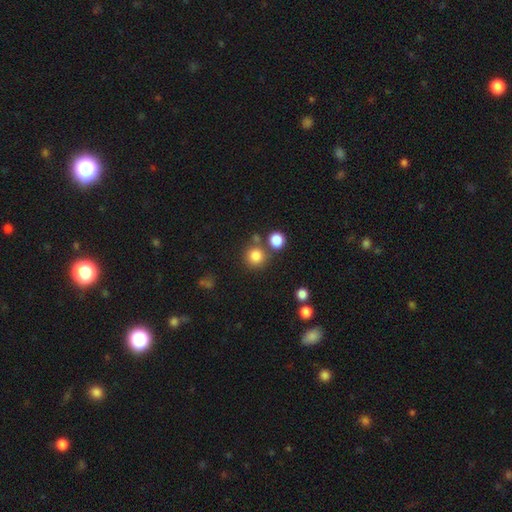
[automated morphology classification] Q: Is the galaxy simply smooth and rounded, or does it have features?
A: smooth — 82%.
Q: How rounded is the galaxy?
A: round — 92%.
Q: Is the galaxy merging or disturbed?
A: none — 74%.